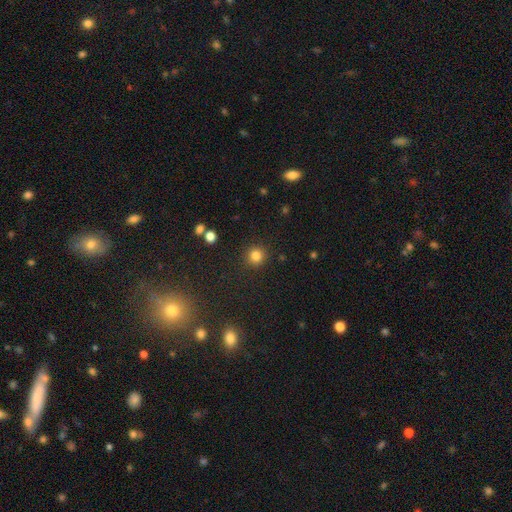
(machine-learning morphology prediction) This appears to be a smooth galaxy with no disk features (83%) that is round (93%). Merging: none (90%).